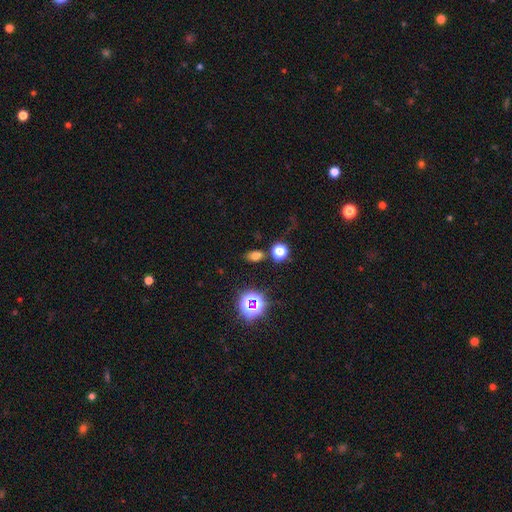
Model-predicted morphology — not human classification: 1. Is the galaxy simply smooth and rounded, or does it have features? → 66% smooth, 27% star or artifact, 8% featured or disk.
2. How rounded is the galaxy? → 80% in between, 18% round, 2% cigar-shaped.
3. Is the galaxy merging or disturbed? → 79% none, 11% minor disturbance, 6% merger, 4% major disturbance.